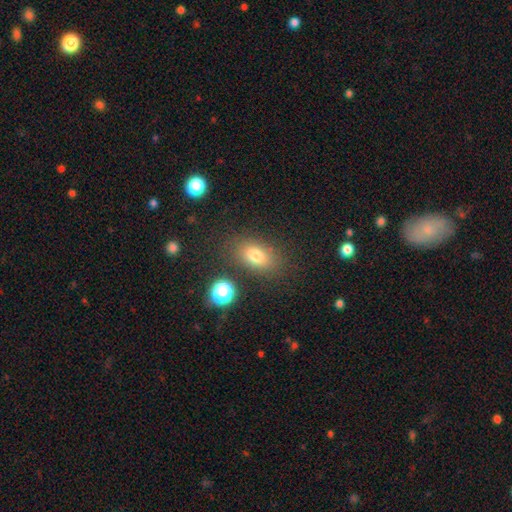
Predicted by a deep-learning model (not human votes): The model was most divided on "smooth or featured": smooth: 76%, star or artifact: 13%, featured or disk: 11%. More confident: merging — none (80%); how rounded — in between (80%).